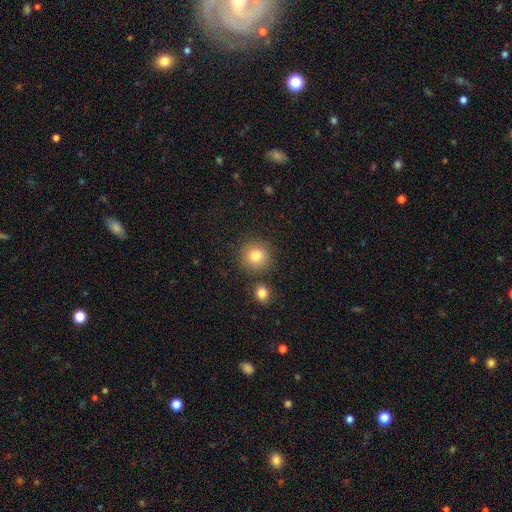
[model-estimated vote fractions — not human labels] Smooth or featured? Predicted: smooth (p=0.83). How rounded? Predicted: round (p=0.89). Merging? Predicted: none (p=0.80).